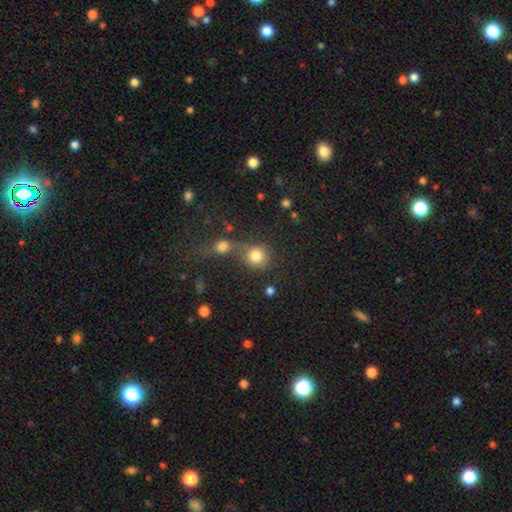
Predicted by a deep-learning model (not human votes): A smooth galaxy with no disk features (81%) that is round (86%). Merging: merger (44%).